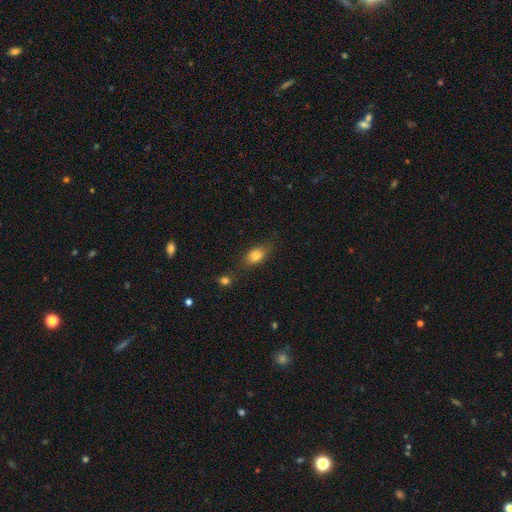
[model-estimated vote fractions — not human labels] smooth_or_featured: smooth (p=0.81) [alt: featured or disk p=0.10]
how_rounded: in between (p=0.80) [alt: round p=0.14]
merging: none (p=0.69) [alt: minor disturbance p=0.19]